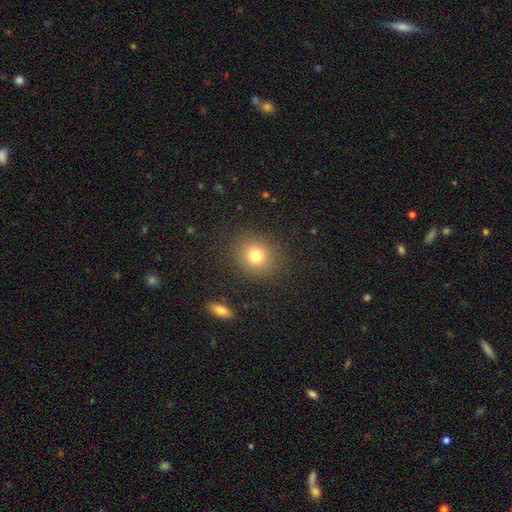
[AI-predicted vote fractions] smooth-or-featured: smooth: 77% | star or artifact: 13% | featured or disk: 9%
  how-rounded: round: 82% | in between: 17% | cigar-shaped: 1%
  merging: none: 87% | minor disturbance: 8% | major disturbance: 4% | merger: 1%